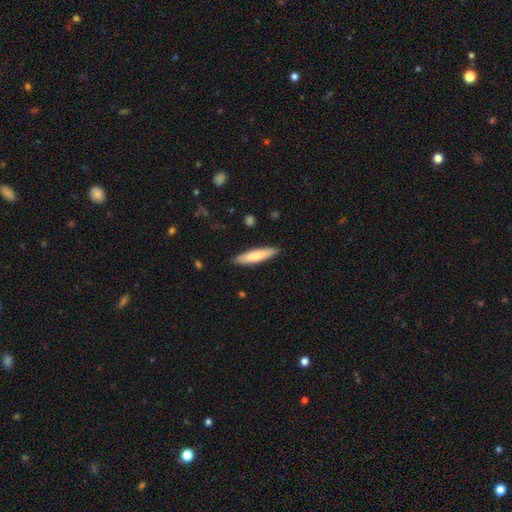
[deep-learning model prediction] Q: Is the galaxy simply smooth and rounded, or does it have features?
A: smooth — 75%.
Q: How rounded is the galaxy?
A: cigar-shaped — 82%.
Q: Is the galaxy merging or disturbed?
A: none — 89%.